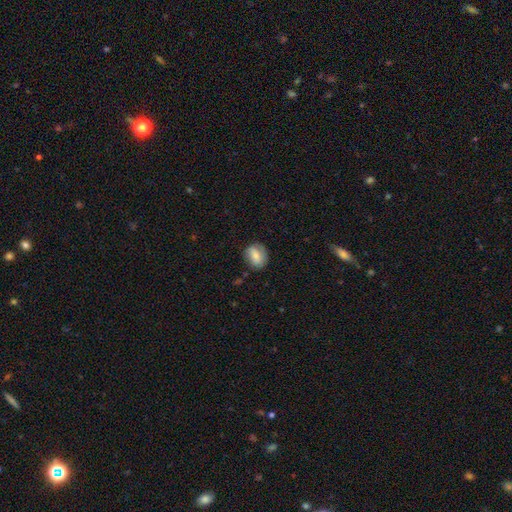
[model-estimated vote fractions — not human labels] Morphology: type=smooth (74%); roundness=in between (50%); merging=none (75%).